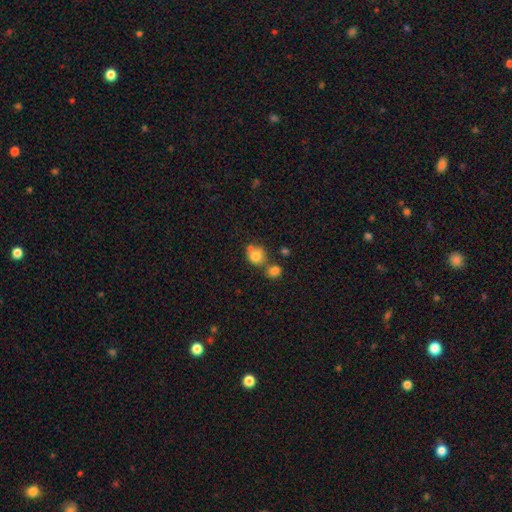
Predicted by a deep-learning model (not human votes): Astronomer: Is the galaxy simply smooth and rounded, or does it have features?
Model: smooth — 77%.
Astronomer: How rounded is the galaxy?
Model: round — 72%.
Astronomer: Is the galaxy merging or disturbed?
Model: none — 45% (runner-up: merger, 36%).